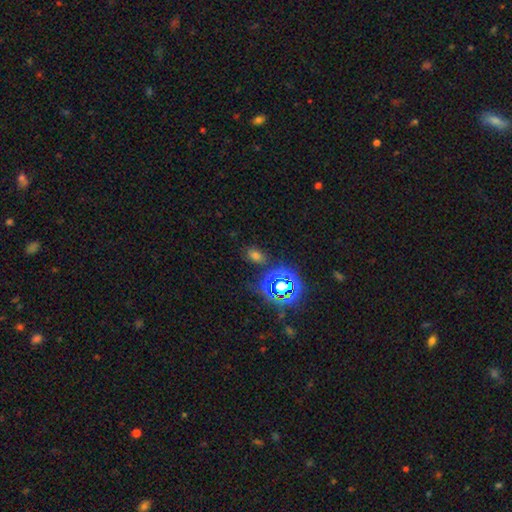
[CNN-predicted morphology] smooth-or-featured: smooth: 59% | star or artifact: 35% | featured or disk: 7%
  how-rounded: in between: 71% | round: 27% | cigar-shaped: 2%
  merging: none: 79% | minor disturbance: 13% | major disturbance: 5% | merger: 4%